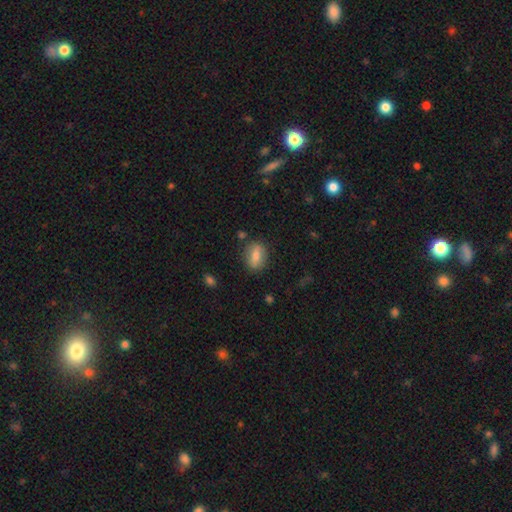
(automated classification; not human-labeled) A smooth galaxy with no disk features (75%) that is in between round and cigar-shaped (75%).

Vote fractions:
- Smooth or featured? smooth: 75% / featured or disk: 17% / star or artifact: 8%
- How rounded? in between: 75% / round: 19% / cigar-shaped: 6%
- Merging? none: 80% / minor disturbance: 13% / major disturbance: 4% / merger: 2%